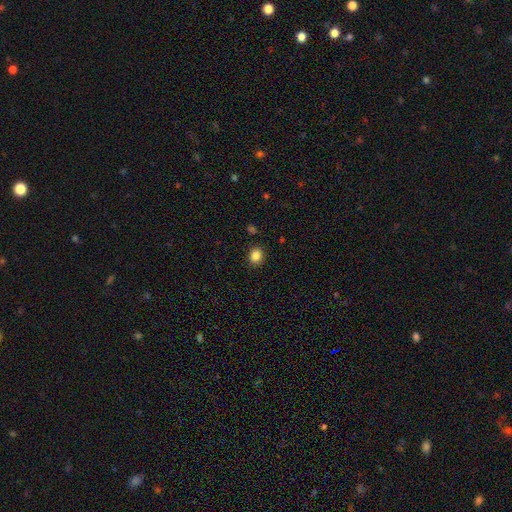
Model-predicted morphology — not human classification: smooth_or_featured: smooth (p=0.85) [alt: star or artifact p=0.11]
how_rounded: round (p=0.67) [alt: in between p=0.32]
merging: none (p=0.89) [alt: minor disturbance p=0.07]